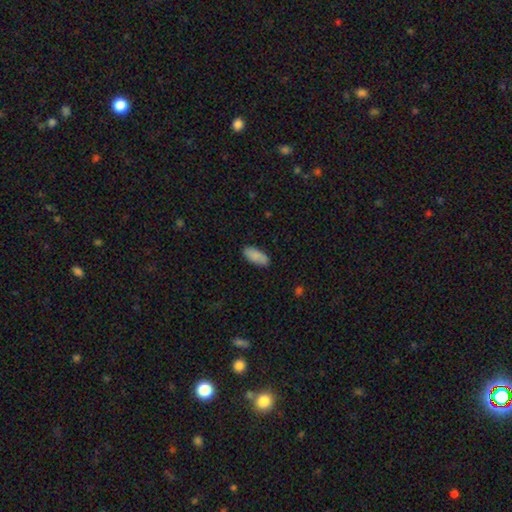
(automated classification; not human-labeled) Smooth or featured?
  - smooth: 86% *
  - featured or disk: 8%
  - star or artifact: 6%
How rounded?
  - in between: 88% *
  - cigar-shaped: 10%
  - round: 2%
Merging?
  - none: 83% *
  - minor disturbance: 13%
  - major disturbance: 3%
  - merger: 2%